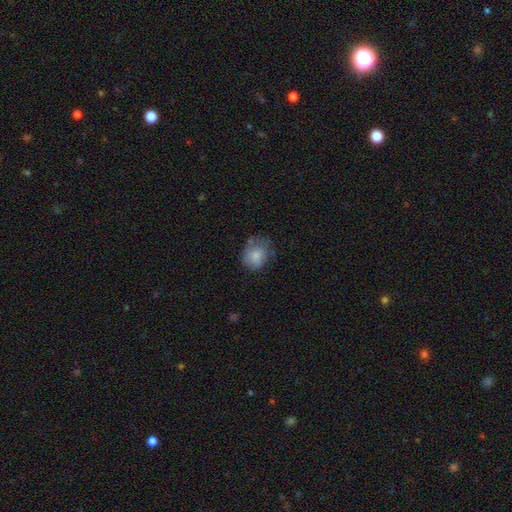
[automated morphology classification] The model was most divided on "how rounded": round: 58%, in between: 41%, cigar-shaped: 1%. Remaining: smooth or featured — smooth (79%); merging — none (49%).